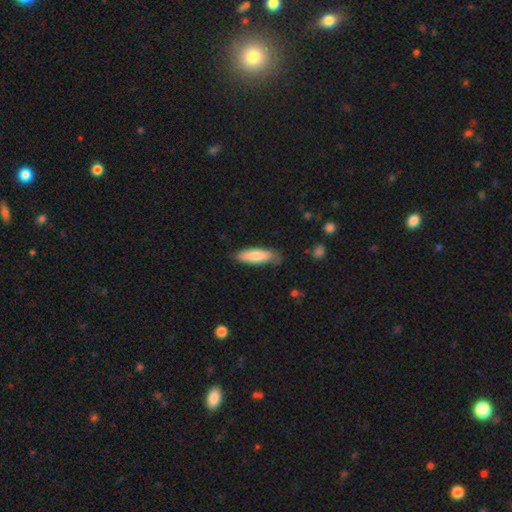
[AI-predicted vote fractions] smooth-or-featured: smooth: 78% | featured or disk: 16% | star or artifact: 6%
  how-rounded: cigar-shaped: 52% | in between: 46% | round: 2%
  merging: none: 76% | minor disturbance: 19% | major disturbance: 3% | merger: 2%